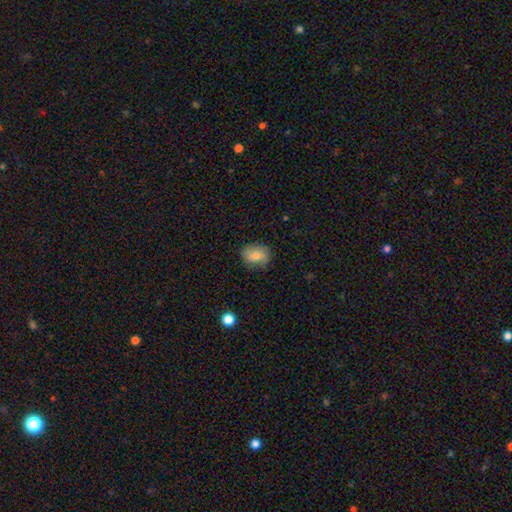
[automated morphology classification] The model was most divided on "how rounded": in between: 58%, round: 41%, cigar-shaped: 1%. More confident: merging — none (77%); smooth or featured — smooth (72%).